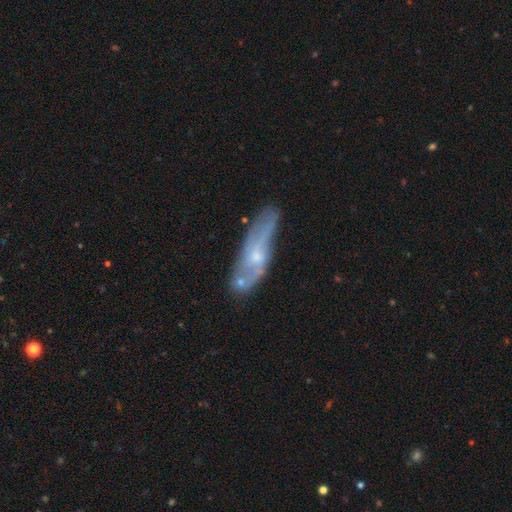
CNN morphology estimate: Smooth or featured? Predicted: featured or disk (p=0.64). Edge-on disk? Predicted: no (p=0.65). Merging? Predicted: none (p=0.60).